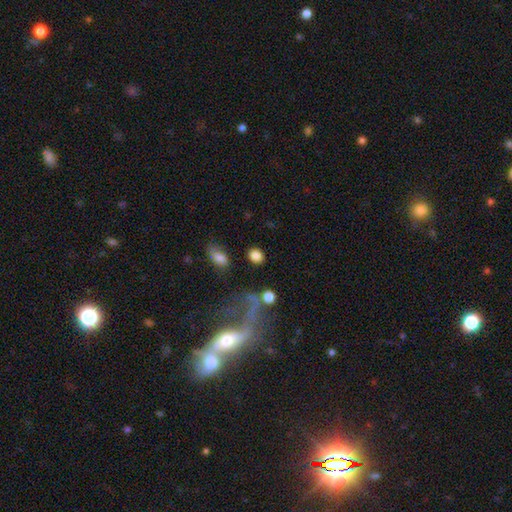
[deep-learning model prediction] Morphology: type=smooth (84%); roundness=round (51%); merging=none (81%).